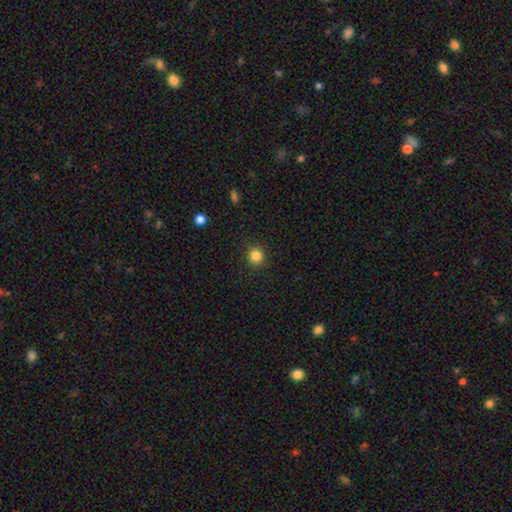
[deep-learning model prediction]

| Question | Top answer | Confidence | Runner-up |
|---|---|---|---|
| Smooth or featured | smooth | 84% | star or artifact (11%) |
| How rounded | round | 91% | in between (8%) |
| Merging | none | 92% | minor disturbance (6%) |